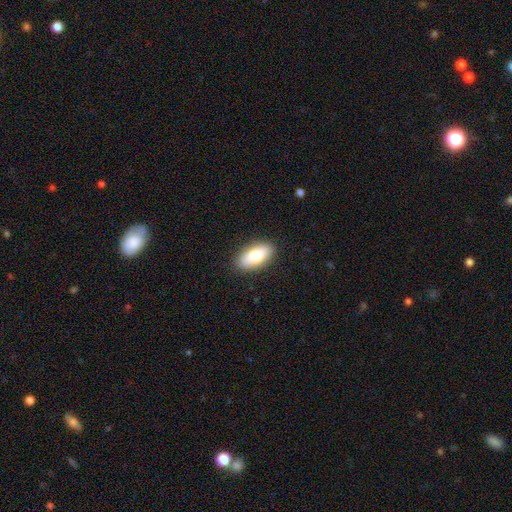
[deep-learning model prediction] A smooth galaxy with no disk features (76%) that is in between round and cigar-shaped (88%).

Vote fractions:
- Smooth or featured? smooth: 76% / featured or disk: 18% / star or artifact: 7%
- How rounded? in between: 88% / cigar-shaped: 9% / round: 3%
- Merging? none: 89% / minor disturbance: 8% / major disturbance: 2% / merger: 1%